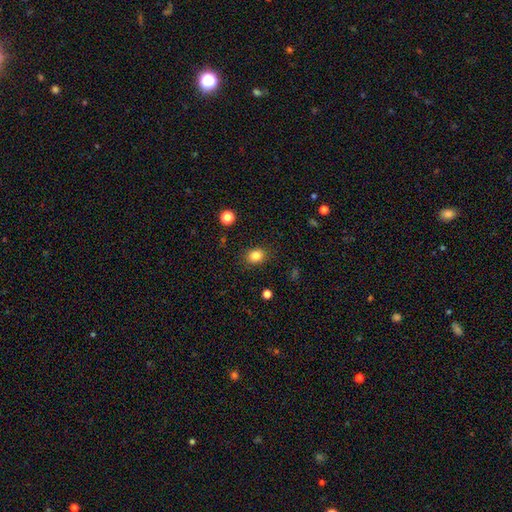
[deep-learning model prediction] Morphology: type=smooth (83%); roundness=round (57%); merging=none (86%).